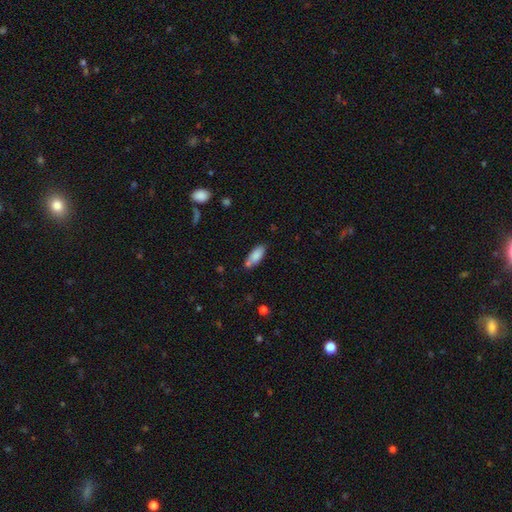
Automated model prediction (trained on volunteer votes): smooth-or-featured: smooth: 83% | featured or disk: 9% | star or artifact: 7%
  how-rounded: in between: 79% | cigar-shaped: 19% | round: 2%
  merging: none: 65% | minor disturbance: 19% | merger: 12% | major disturbance: 4%